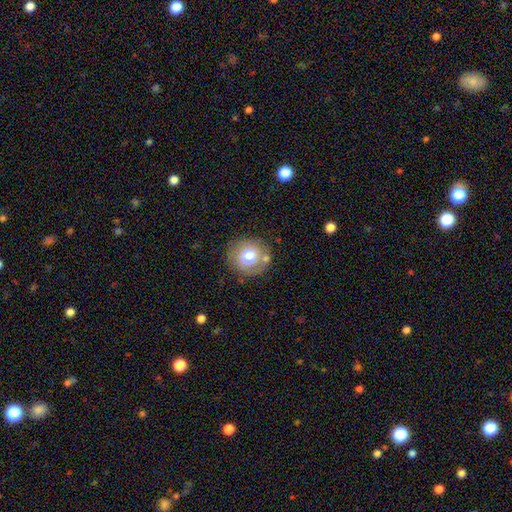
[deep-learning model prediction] The model was most divided on "smooth or featured": smooth: 69%, featured or disk: 20%, star or artifact: 11%. More confident: how rounded — round (90%); merging — none (79%).